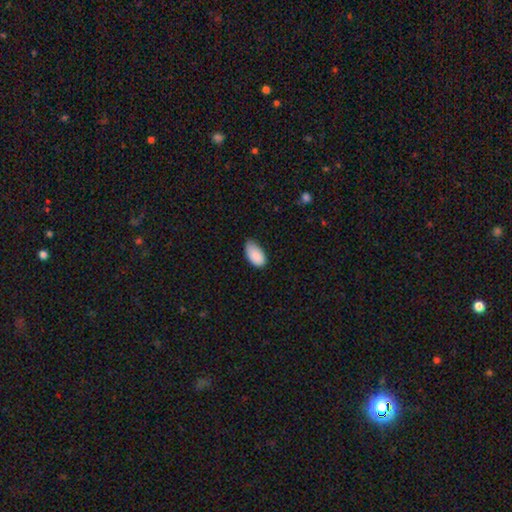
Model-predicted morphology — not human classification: Smooth or featured? Predicted: smooth (p=0.89). How rounded? Predicted: in between (p=0.95). Merging? Predicted: none (p=0.61).